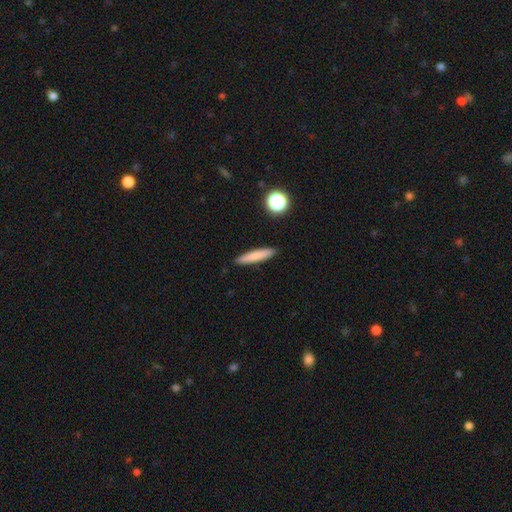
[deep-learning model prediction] A smooth galaxy with no disk features (77%) that is cigar-shaped (90%).

Vote fractions:
- Smooth or featured? smooth: 77% / featured or disk: 15% / star or artifact: 7%
- How rounded? cigar-shaped: 90% / in between: 8% / round: 2%
- Merging? none: 91% / minor disturbance: 6% / major disturbance: 2% / merger: 1%